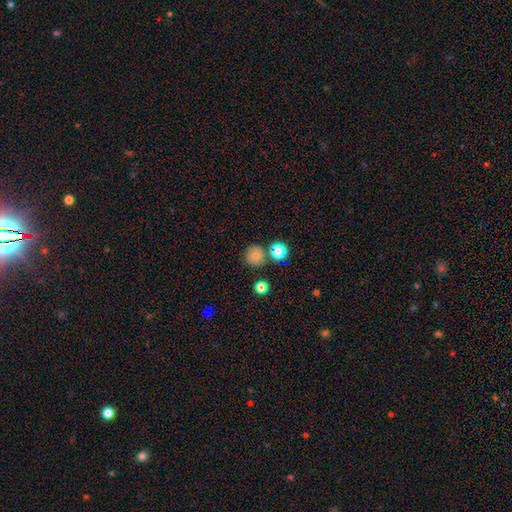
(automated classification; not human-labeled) Smooth or featured: smooth — 74% (star or artifact — 14%)
How rounded: round — 91% (in between — 8%)
Merging: none — 74% (minor disturbance — 12%)